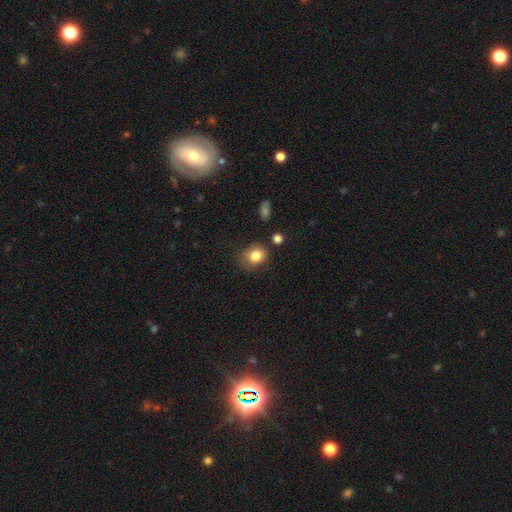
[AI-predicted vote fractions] smooth-or-featured: smooth: 82% | star or artifact: 10% | featured or disk: 8%
  how-rounded: round: 57% | in between: 42% | cigar-shaped: 1%
  merging: none: 64% | minor disturbance: 24% | major disturbance: 8% | merger: 5%